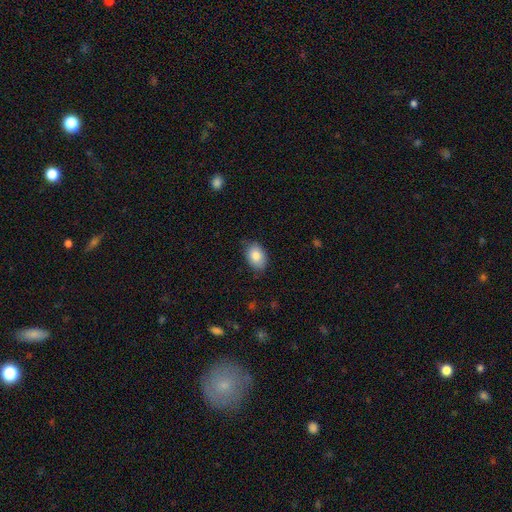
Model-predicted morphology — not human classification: smooth 84%, featured or disk 9%, star or artifact 7%. Down the decision tree: how rounded — in between (87%); merging — none (80%).